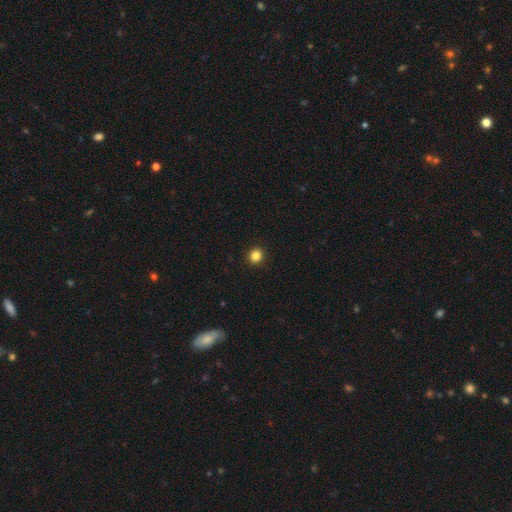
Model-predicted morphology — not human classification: smooth_or_featured: smooth (p=0.85) [alt: star or artifact p=0.11]
how_rounded: round (p=0.89) [alt: in between p=0.10]
merging: none (p=0.93) [alt: minor disturbance p=0.04]